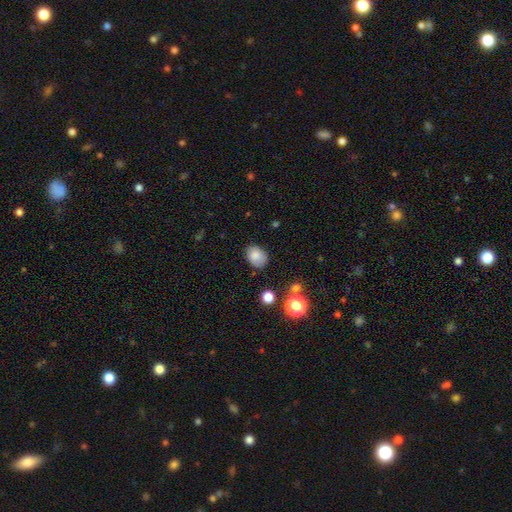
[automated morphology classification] type=smooth (83%); roundness=in between (66%); merging=none (77%).